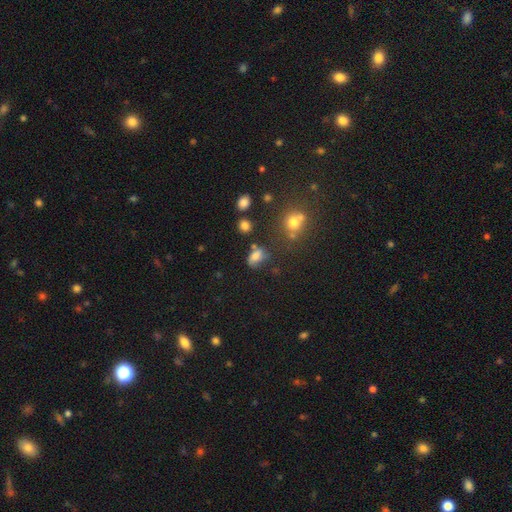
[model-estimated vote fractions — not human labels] The model was most divided on "merging": none: 48%, minor disturbance: 27%, major disturbance: 14%, merger: 11%. More confident: how rounded — in between (77%); smooth or featured — smooth (70%).